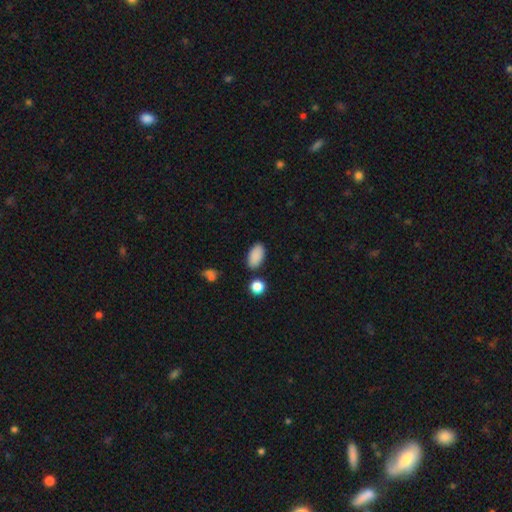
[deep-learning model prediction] Smooth or featured? Predicted: smooth (p=0.88). How rounded? Predicted: in between (p=0.93). Merging? Predicted: none (p=0.84).